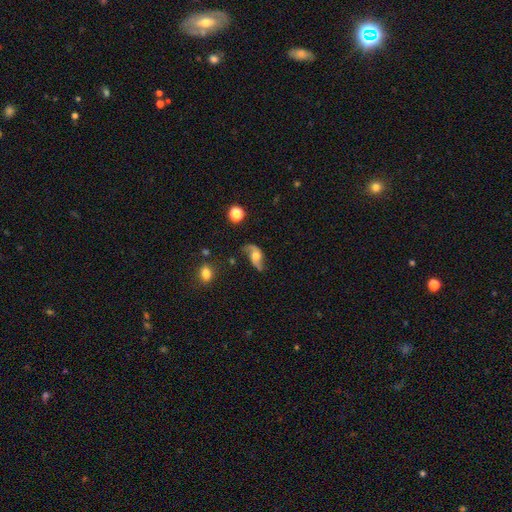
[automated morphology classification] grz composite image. It shows a featured or disk galaxy (80%) with no bar (65%), 2 (90%) loose (81%) spiral arms (94%) and a moderate central bulge (52%). Merging: none (61%).